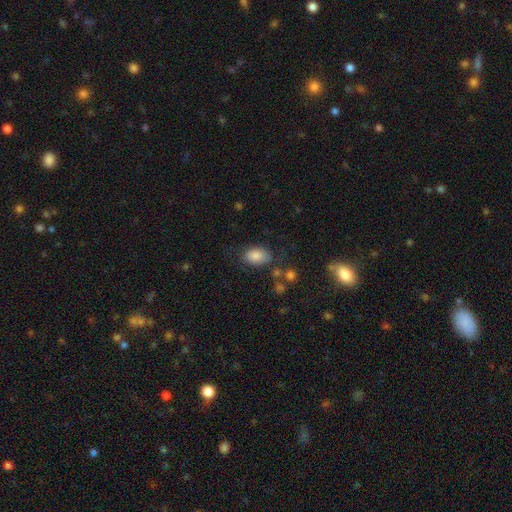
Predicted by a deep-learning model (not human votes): This appears to be a smooth galaxy with no disk features (83%) that is in between round and cigar-shaped (86%). Merging: none (71%).